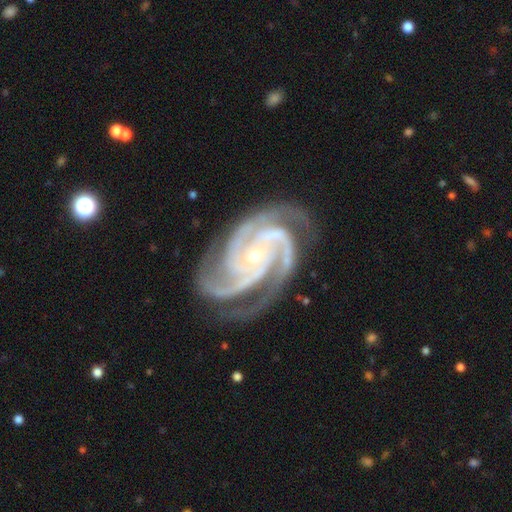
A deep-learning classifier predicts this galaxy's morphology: The model was most divided on "spiral winding": tight: 62%, medium: 35%, loose: 3%. More confident: spiral arms — yes (99%); edge-on disk — no (98%); smooth or featured — featured or disk (95%); merging — none (75%); bulge size — small (75%); bar — no (66%); spiral arm count — 3 (65%).